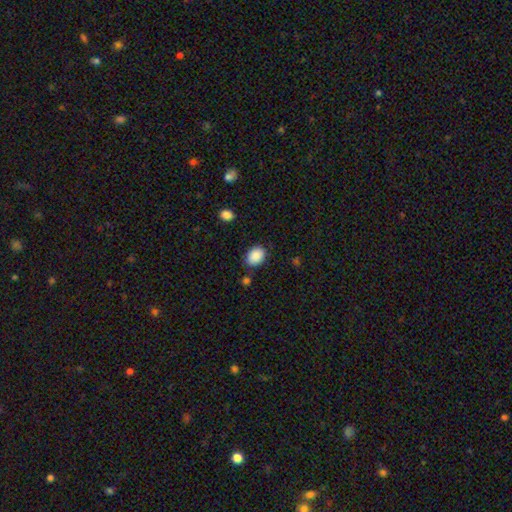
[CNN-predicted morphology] Smooth or featured? Predicted: smooth (p=0.89). How rounded? Predicted: in between (p=0.69). Merging? Predicted: none (p=0.79).